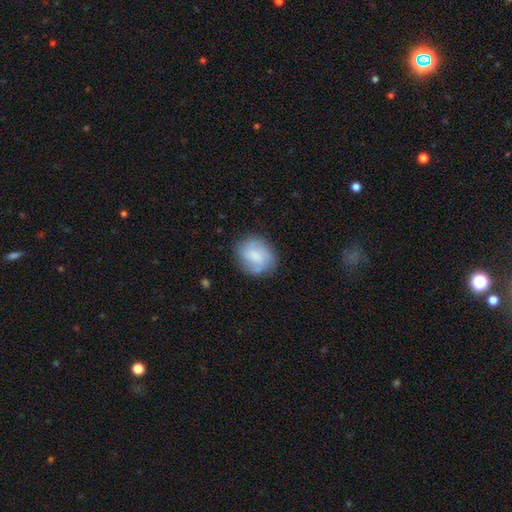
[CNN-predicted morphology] A smooth galaxy with no disk features (60%) that is round (59%).

Vote fractions:
- Smooth or featured? smooth: 60% / featured or disk: 32% / star or artifact: 8%
- How rounded? round: 59% / in between: 40% / cigar-shaped: 1%
- Merging? none: 71% / minor disturbance: 19% / major disturbance: 7% / merger: 2%